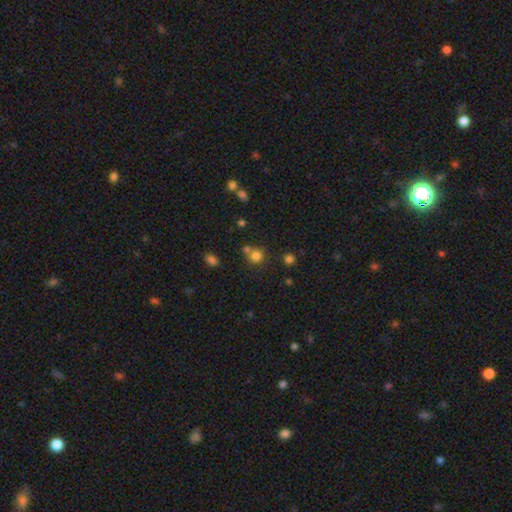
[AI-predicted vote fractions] This appears to be a smooth galaxy with no disk features (78%) that is round (87%). Merging: none (56%).